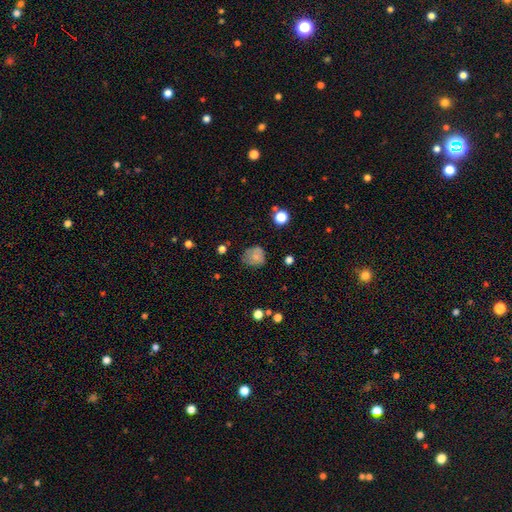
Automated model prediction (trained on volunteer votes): Smooth or featured?
  - smooth: 76% *
  - featured or disk: 12%
  - star or artifact: 12%
How rounded?
  - round: 73% *
  - in between: 26%
  - cigar-shaped: 1%
Merging?
  - none: 60% *
  - minor disturbance: 28%
  - major disturbance: 10%
  - merger: 3%